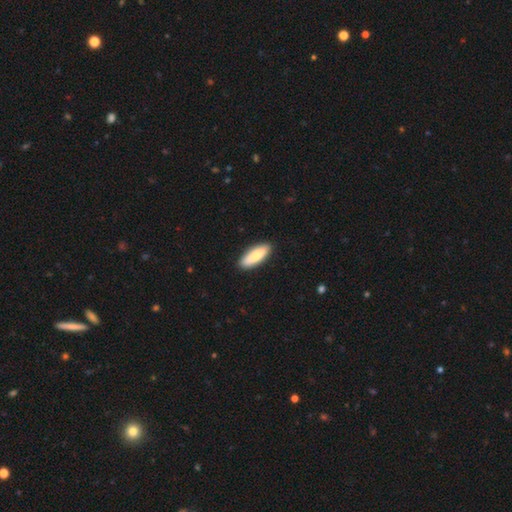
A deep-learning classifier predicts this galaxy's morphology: Overall: smooth (83%). How rounded: in between (60%; cigar-shaped 39%). Merging: none (90%).